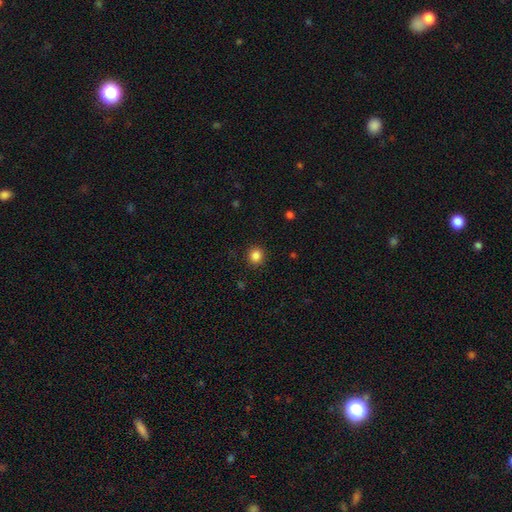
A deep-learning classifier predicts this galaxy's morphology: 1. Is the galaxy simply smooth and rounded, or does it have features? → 86% smooth, 11% star or artifact, 4% featured or disk.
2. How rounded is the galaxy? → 91% round, 8% in between, 1% cigar-shaped.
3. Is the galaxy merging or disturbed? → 91% none, 6% minor disturbance, 2% major disturbance, 1% merger.